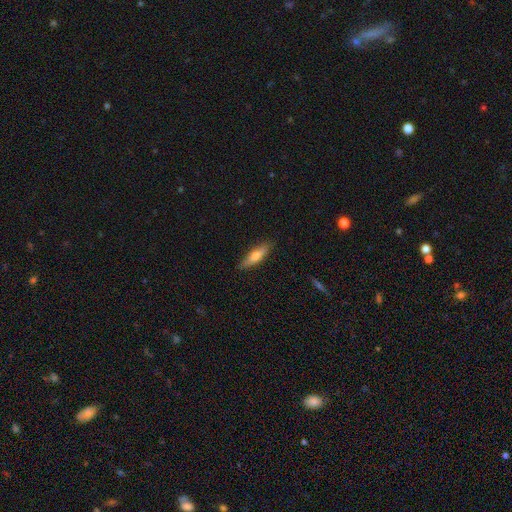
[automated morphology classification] This appears to be a smooth galaxy with no disk features (63%) that is cigar-shaped (68%). Merging: none (85%).